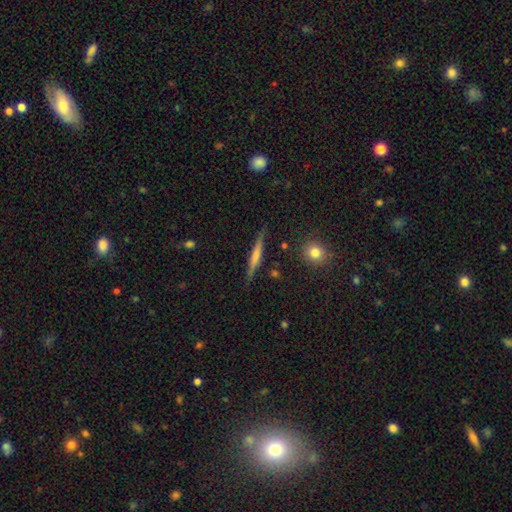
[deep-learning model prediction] The model was most divided on "smooth or featured": featured or disk: 52%, smooth: 41%, star or artifact: 7%. More confident: edge-on disk — yes (96%); merging — none (86%); edge-on bulge — none (50%).